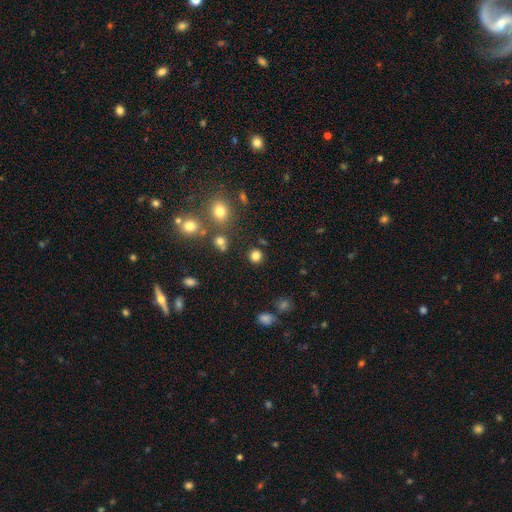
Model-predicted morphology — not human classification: smooth_or_featured: smooth (p=0.80) [alt: star or artifact p=0.15]
how_rounded: round (p=0.89) [alt: in between p=0.10]
merging: none (p=0.84) [alt: minor disturbance p=0.08]